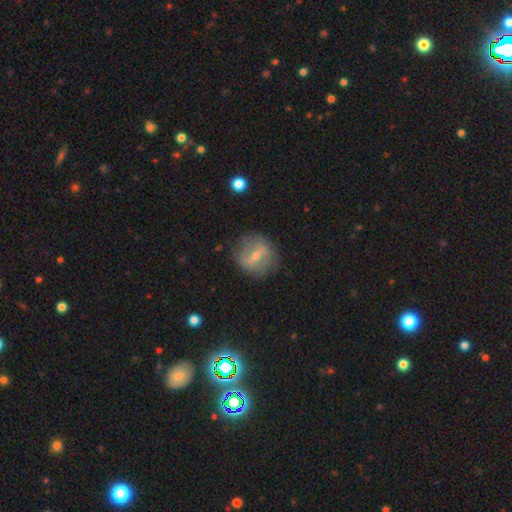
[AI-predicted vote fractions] This appears to be a featured or disk galaxy (57%) with a strong bar (42%), no spiral arms (58%) and a small central bulge (51%). Merging: none (81%).